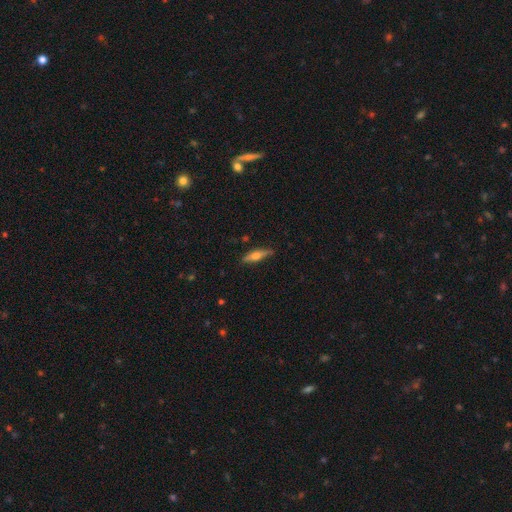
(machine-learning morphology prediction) Smooth or featured? featured or disk (47%, tied with smooth)
Merging? none (81%)